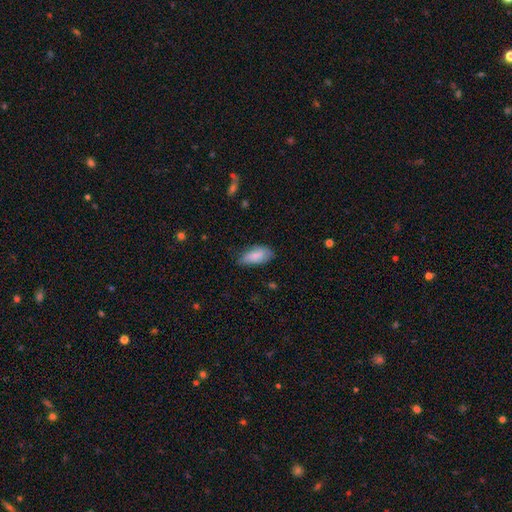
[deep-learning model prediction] Smooth or featured: smooth — 84% (featured or disk — 10%)
How rounded: in between — 88% (cigar-shaped — 10%)
Merging: none — 66% (minor disturbance — 28%)